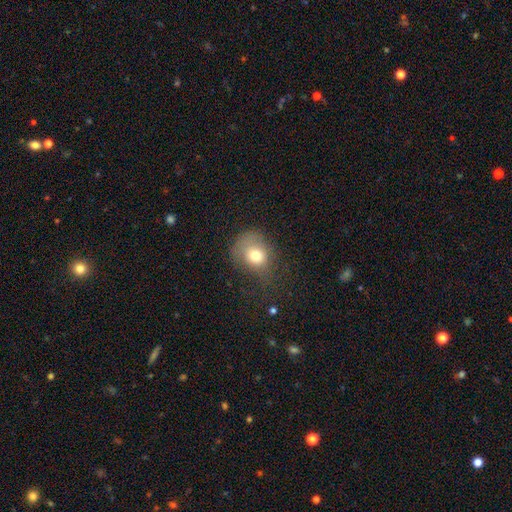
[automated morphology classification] smooth-or-featured: smooth: 72% | featured or disk: 16% | star or artifact: 12%
  how-rounded: round: 61% | in between: 38% | cigar-shaped: 1%
  merging: none: 40% | minor disturbance: 29% | major disturbance: 29% | merger: 2%